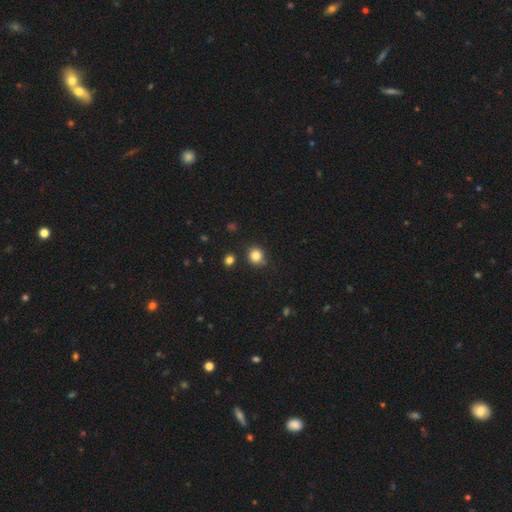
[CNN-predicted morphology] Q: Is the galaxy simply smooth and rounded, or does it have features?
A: smooth — 83%.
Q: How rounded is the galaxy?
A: round — 83%.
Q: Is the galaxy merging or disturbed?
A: none — 80%.